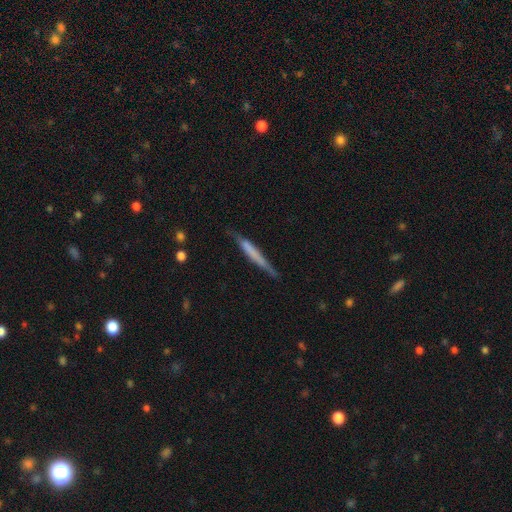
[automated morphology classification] This appears to be a smooth galaxy with no disk features (52%) that is cigar-shaped (95%). Merging: none (72%).